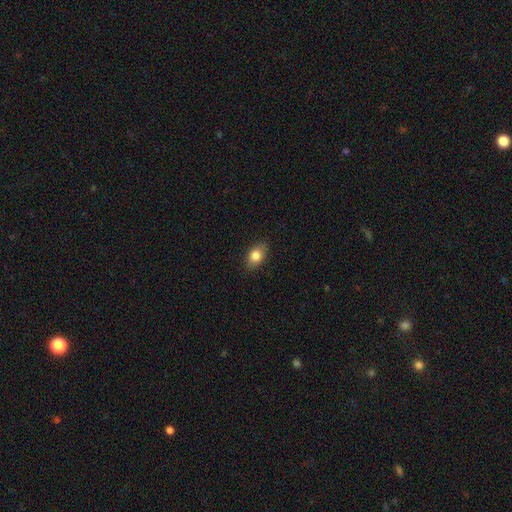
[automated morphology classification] Smooth or featured? smooth (81%)
How rounded? in between (79%)
Merging? none (85%)